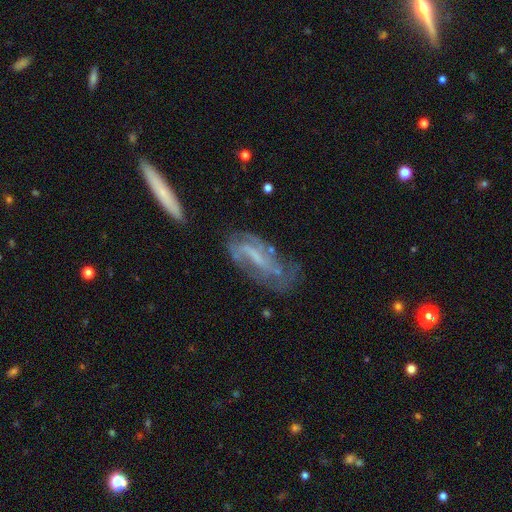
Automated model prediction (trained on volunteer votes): featured or disk 68%, smooth 23%, star or artifact 9%. Down the decision tree: edge-on disk — no (89%); bar — weak (39%); spiral arms — yes (70%); bulge size — none (52%); merging — none (44%).